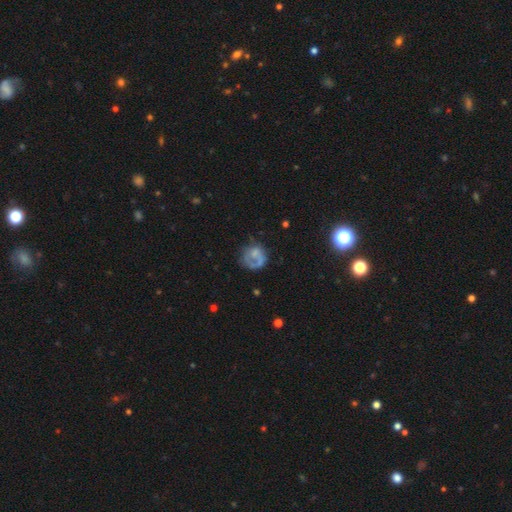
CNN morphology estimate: Smooth or featured? smooth (48%)
Merging? none (42%)